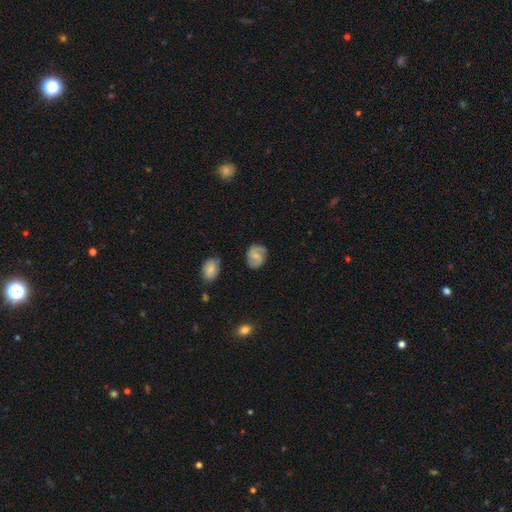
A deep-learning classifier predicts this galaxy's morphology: Overall: featured or disk (69%). Edge-on disk: no (98%). Bar: weak (52%; no 33%). Spiral arms: yes (93%). Spiral arm count: 2 (88%). Spiral winding: medium (50%; loose 25%). Bulge size: small (48%; moderate 29%). Merging: none (78%).